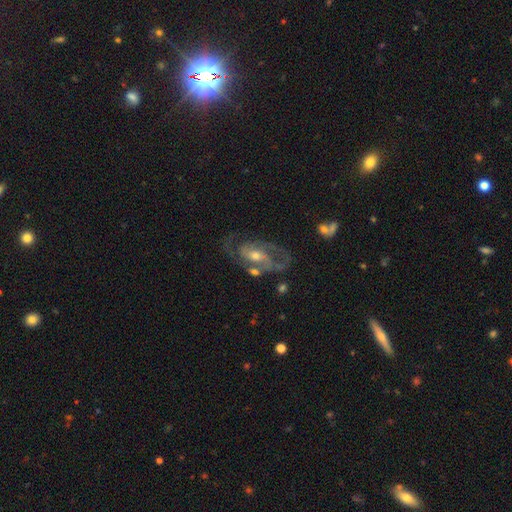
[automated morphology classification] featured or disk 86%, smooth 8%, star or artifact 6%. Down the decision tree: edge-on disk — no (96%); bar — no (45%); spiral arms — yes (93%); spiral arm count — 2 (71%); spiral winding — medium (51%); bulge size — moderate (53%); merging — none (58%).